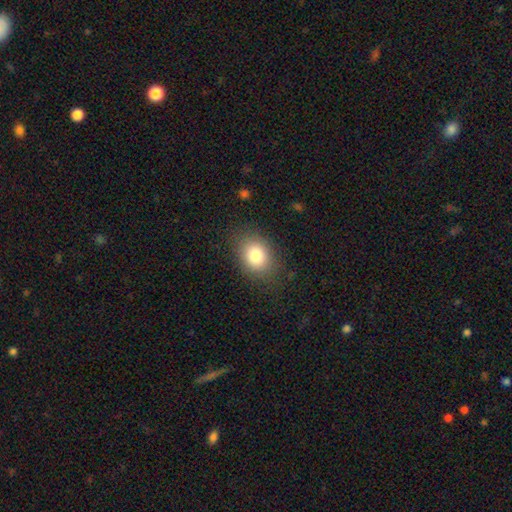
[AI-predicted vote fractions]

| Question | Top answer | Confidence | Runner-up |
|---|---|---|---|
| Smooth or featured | smooth | 80% | star or artifact (10%) |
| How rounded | in between | 61% | round (38%) |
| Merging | none | 81% | minor disturbance (13%) |